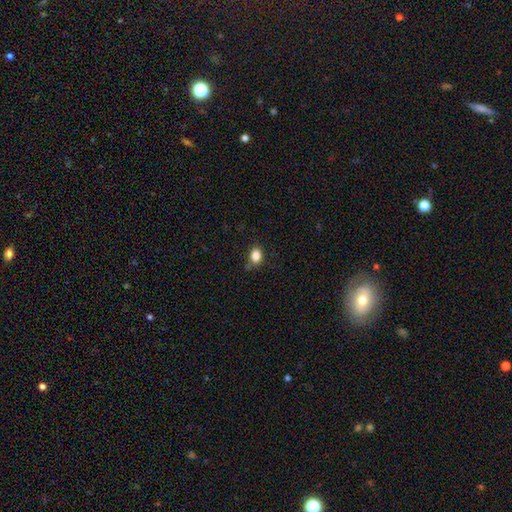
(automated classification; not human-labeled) smooth-or-featured: smooth: 85% | star or artifact: 10% | featured or disk: 5%
  how-rounded: in between: 69% | round: 30% | cigar-shaped: 1%
  merging: none: 73% | minor disturbance: 20% | major disturbance: 4% | merger: 3%